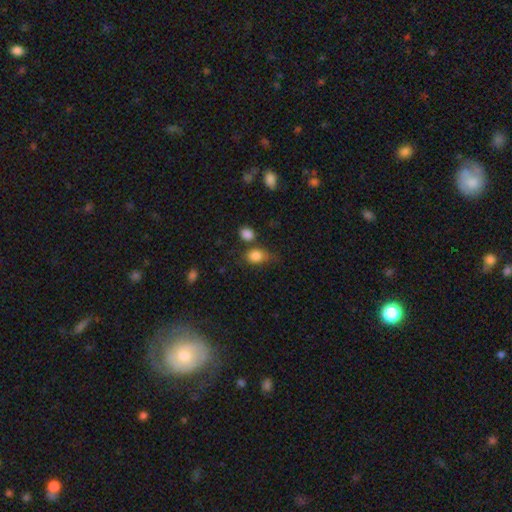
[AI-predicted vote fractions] Smooth or featured: smooth — 84% (star or artifact — 10%)
How rounded: in between — 57% (round — 41%)
Merging: none — 50% (minor disturbance — 25%)